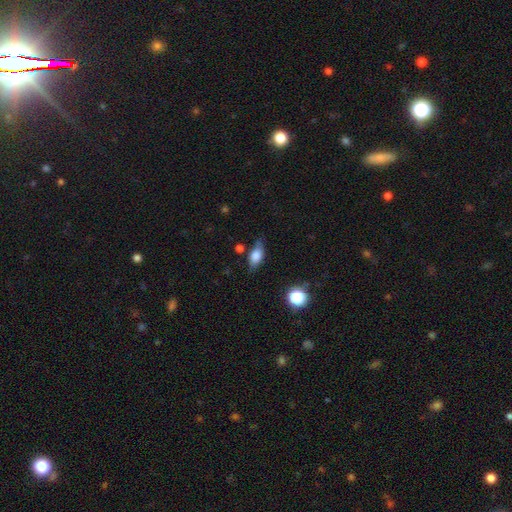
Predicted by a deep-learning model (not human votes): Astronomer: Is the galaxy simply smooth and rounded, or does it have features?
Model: smooth — 72%.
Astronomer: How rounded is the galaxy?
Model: in between — 81%.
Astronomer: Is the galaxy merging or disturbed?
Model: none — 68%.